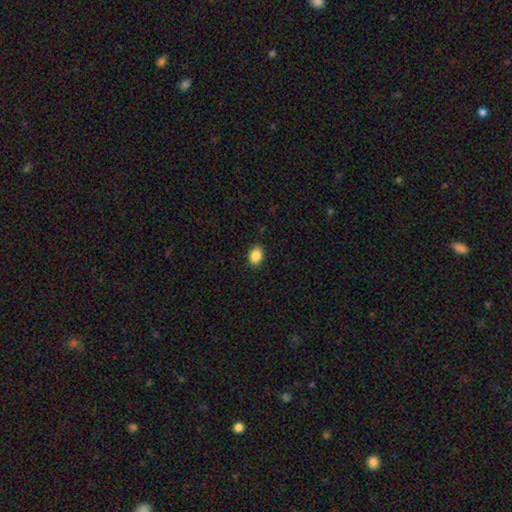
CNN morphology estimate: A smooth galaxy with no disk features (88%) that is in between round and cigar-shaped (77%). Merging: none (89%).